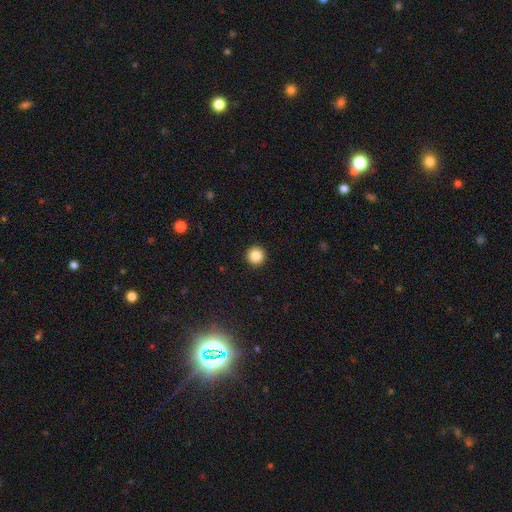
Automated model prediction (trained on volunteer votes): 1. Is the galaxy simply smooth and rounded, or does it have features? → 86% smooth, 10% star or artifact, 4% featured or disk.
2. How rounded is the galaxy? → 96% round, 3% in between, 1% cigar-shaped.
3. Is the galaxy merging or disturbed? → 94% none, 4% minor disturbance, 1% major disturbance, 1% merger.